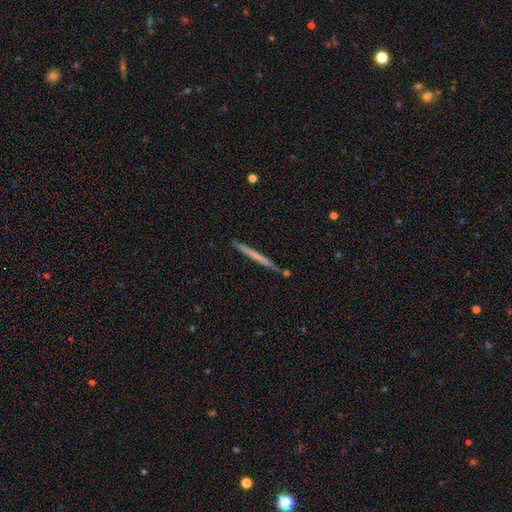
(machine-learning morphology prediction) Q: Smooth or featured?
A: smooth (50%); runner-up: featured or disk (44%)
Q: How rounded?
A: cigar-shaped (97%); runner-up: in between (2%)
Q: Merging?
A: none (87%); runner-up: minor disturbance (8%)